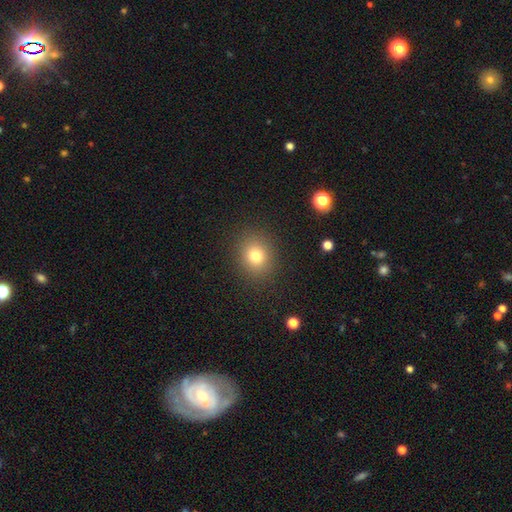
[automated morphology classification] A smooth galaxy with no disk features (78%) that is round (68%). Merging: none (88%).